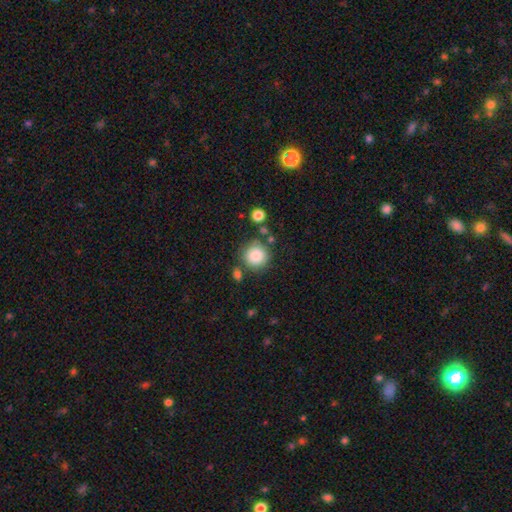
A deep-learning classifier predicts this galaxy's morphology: Smooth or featured: smooth — 85% (star or artifact — 9%)
How rounded: round — 93% (in between — 6%)
Merging: none — 78% (minor disturbance — 10%)